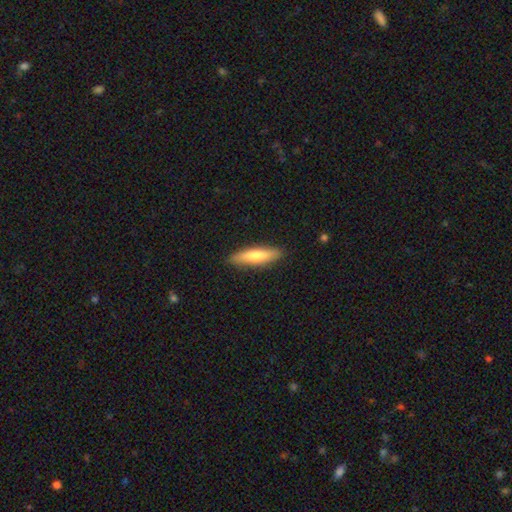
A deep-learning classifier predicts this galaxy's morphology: Q: Smooth or featured?
A: smooth (69%); runner-up: featured or disk (25%)
Q: How rounded?
A: cigar-shaped (77%); runner-up: in between (21%)
Q: Merging?
A: none (88%); runner-up: minor disturbance (9%)